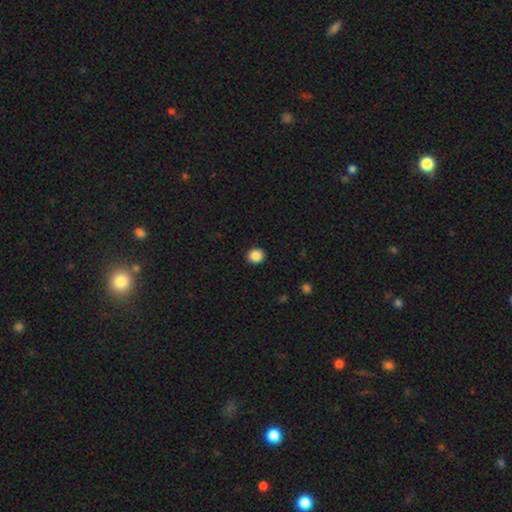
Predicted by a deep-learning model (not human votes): Overall: smooth (87%). How rounded: round (84%). Merging: none (92%).